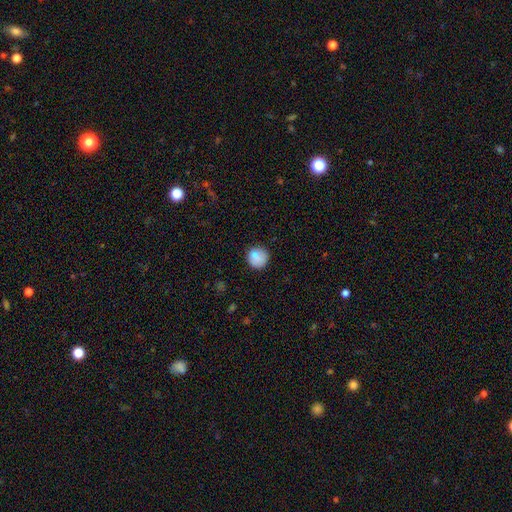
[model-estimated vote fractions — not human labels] Smooth or featured? smooth (83%)
How rounded? round (90%)
Merging? none (80%)